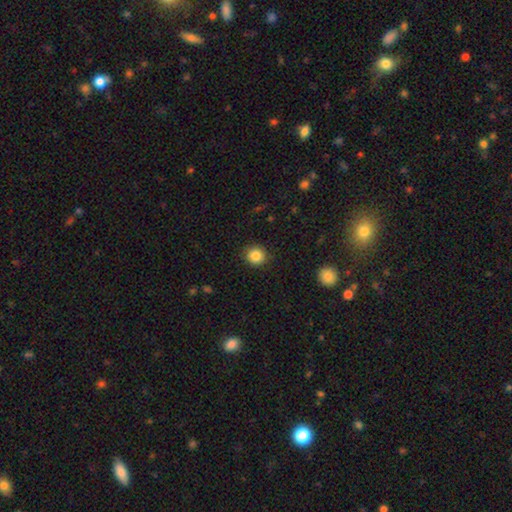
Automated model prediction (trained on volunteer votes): Smooth or featured? Predicted: smooth (p=0.86). How rounded? Predicted: round (p=0.91). Merging? Predicted: none (p=0.90).